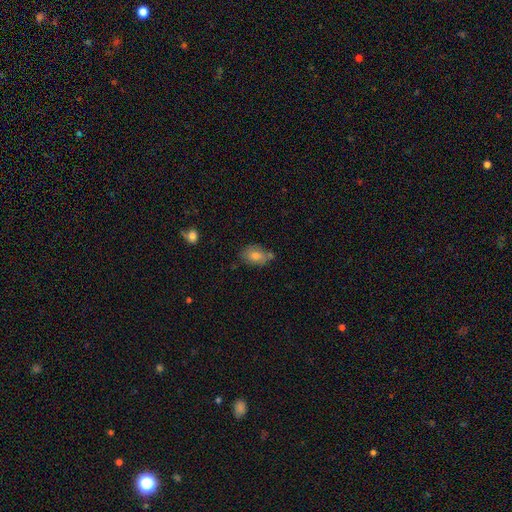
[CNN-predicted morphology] Smooth or featured?
  - smooth: 74% *
  - featured or disk: 17%
  - star or artifact: 10%
How rounded?
  - in between: 78% *
  - round: 20%
  - cigar-shaped: 2%
Merging?
  - none: 61% *
  - minor disturbance: 21%
  - merger: 13%
  - major disturbance: 5%